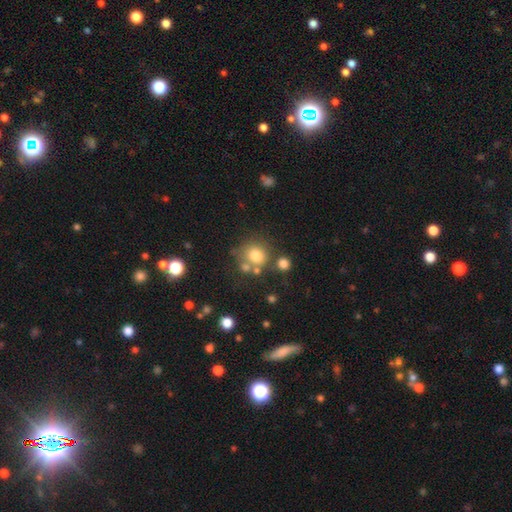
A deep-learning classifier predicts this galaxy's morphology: Smooth or featured? Predicted: smooth (p=0.75). How rounded? Predicted: round (p=0.82). Merging? Predicted: none (p=0.61).